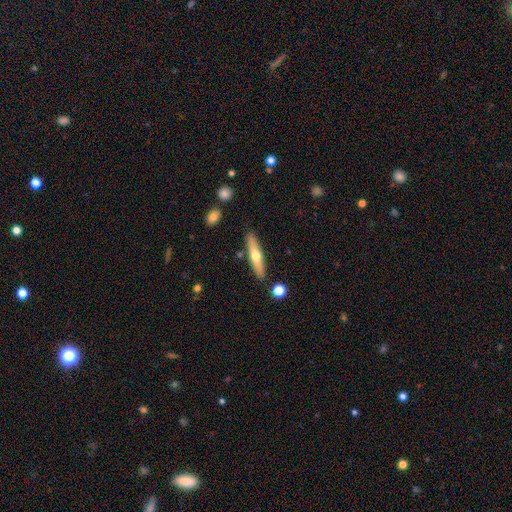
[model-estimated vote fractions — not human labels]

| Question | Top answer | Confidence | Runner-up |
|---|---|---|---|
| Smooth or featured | featured or disk | 48% | smooth (46%) |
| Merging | none | 87% | minor disturbance (8%) |